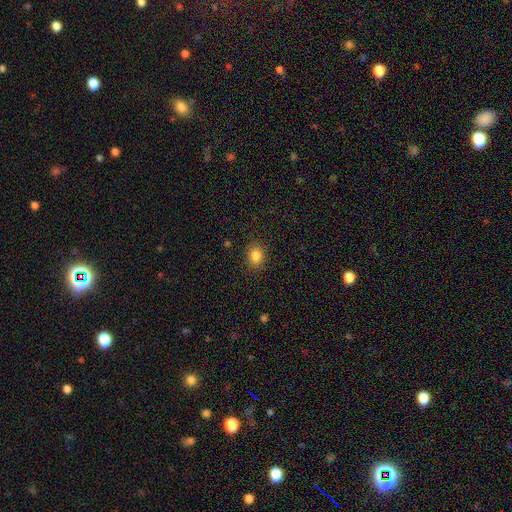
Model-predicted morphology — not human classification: A smooth galaxy with no disk features (84%) that is round (50%).

Vote fractions:
- Smooth or featured? smooth: 84% / star or artifact: 11% / featured or disk: 5%
- How rounded? round: 50% / in between: 49% / cigar-shaped: 1%
- Merging? none: 88% / minor disturbance: 9% / major disturbance: 3% / merger: 1%